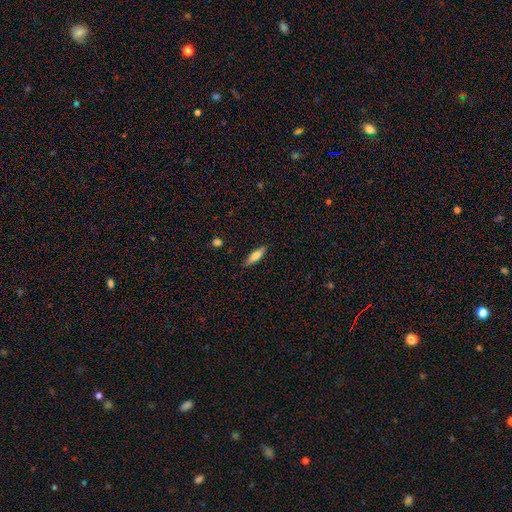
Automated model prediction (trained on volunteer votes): A smooth galaxy with no disk features (68%) that is cigar-shaped (61%).

Vote fractions:
- Smooth or featured? smooth: 68% / featured or disk: 25% / star or artifact: 6%
- How rounded? cigar-shaped: 61% / in between: 37% / round: 2%
- Merging? none: 86% / minor disturbance: 10% / major disturbance: 2% / merger: 1%